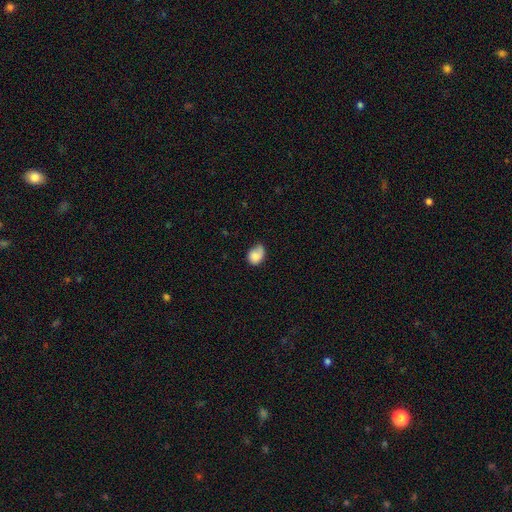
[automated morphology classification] Smooth or featured: smooth — 78% (featured or disk — 14%)
How rounded: in between — 63% (round — 36%)
Merging: none — 42% (minor disturbance — 37%)